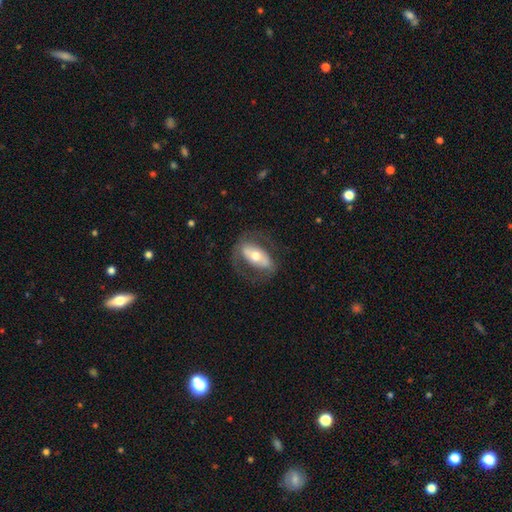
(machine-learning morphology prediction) A featured or disk galaxy (60%) with a strong bar (43%), no spiral arms (51%) and a moderate central bulge (67%). Merging: none (68%).